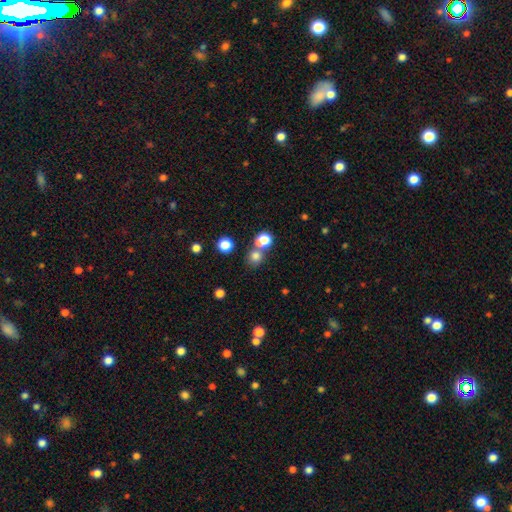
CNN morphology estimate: Overall: smooth (76%). How rounded: round (83%). Merging: none (58%; merger 32%).